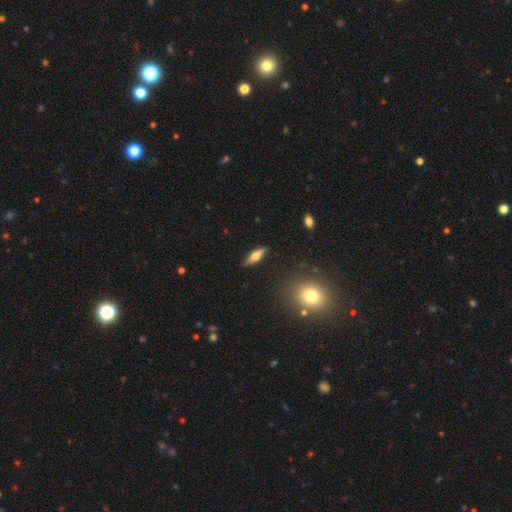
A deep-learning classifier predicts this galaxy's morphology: smooth-or-featured: featured or disk: 48% | smooth: 45% | star or artifact: 7%
  merging: none: 88% | minor disturbance: 9% | major disturbance: 2% | merger: 2%